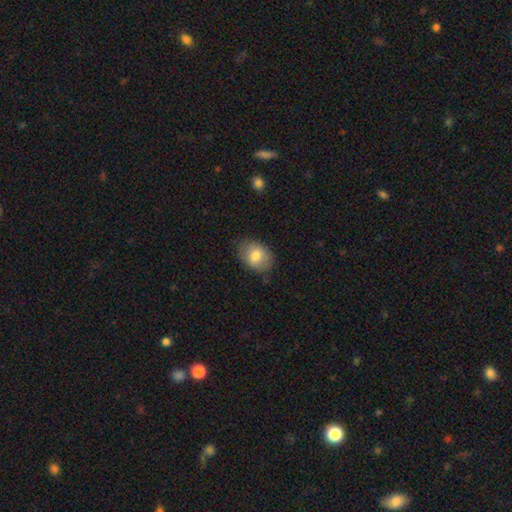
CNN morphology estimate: smooth-or-featured: smooth: 79% | featured or disk: 14% | star or artifact: 7%
  how-rounded: in between: 71% | round: 28% | cigar-shaped: 1%
  merging: none: 77% | minor disturbance: 18% | major disturbance: 4% | merger: 1%